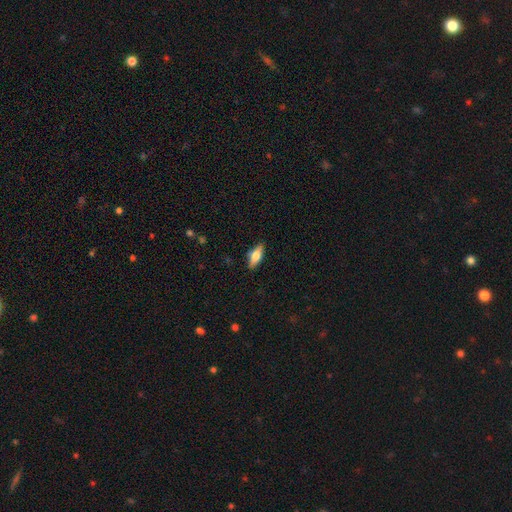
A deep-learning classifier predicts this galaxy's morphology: Smooth or featured? Predicted: smooth (p=0.56). How rounded? Predicted: in between (p=0.66). Merging? Predicted: none (p=0.86).